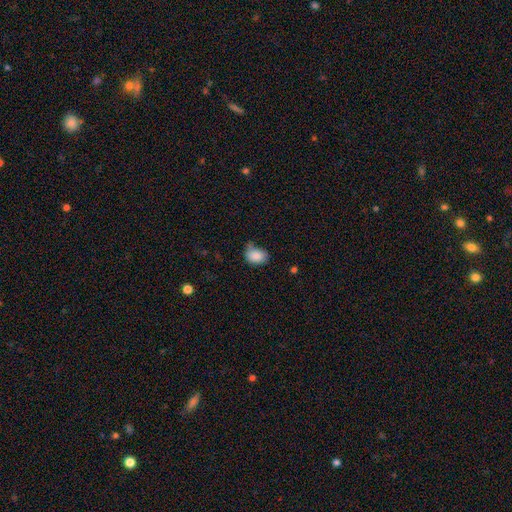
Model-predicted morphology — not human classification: This appears to be a smooth galaxy with no disk features (86%) that is in between round and cigar-shaped (70%). Merging: none (51%).